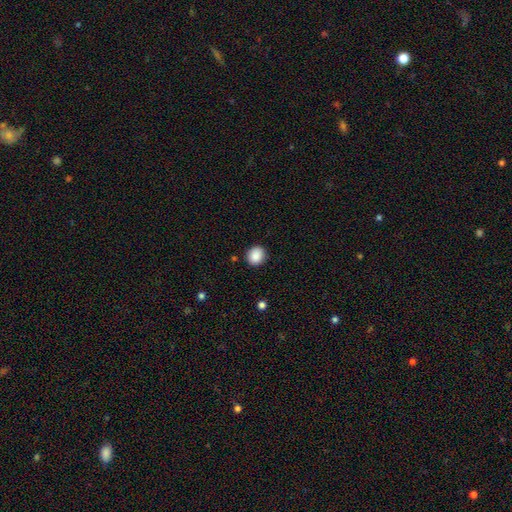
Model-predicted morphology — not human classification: Smooth or featured? Predicted: smooth (p=0.88). How rounded? Predicted: round (p=0.78). Merging? Predicted: none (p=0.88).